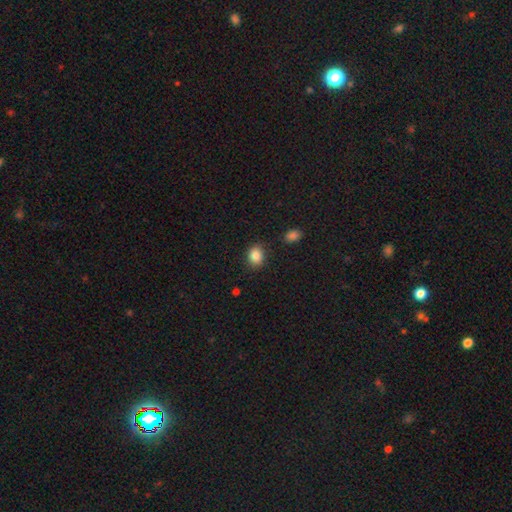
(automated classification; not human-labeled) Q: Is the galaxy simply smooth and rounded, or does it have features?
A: smooth — 85%.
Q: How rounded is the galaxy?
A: round — 53%.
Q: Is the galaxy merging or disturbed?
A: none — 82%.